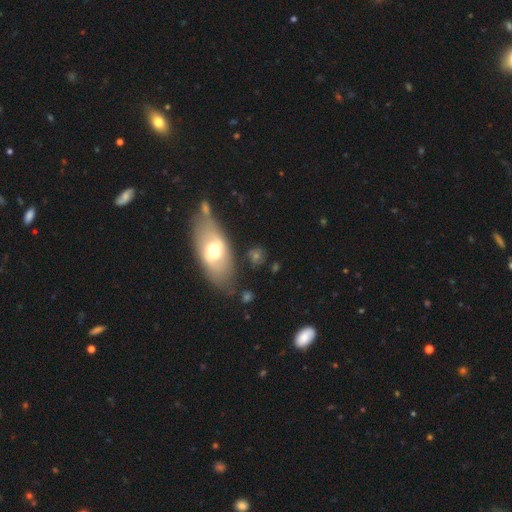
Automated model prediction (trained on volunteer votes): smooth 50%, featured or disk 37%, star or artifact 12%. Down the decision tree: how rounded — in between (61%); merging — none (65%).